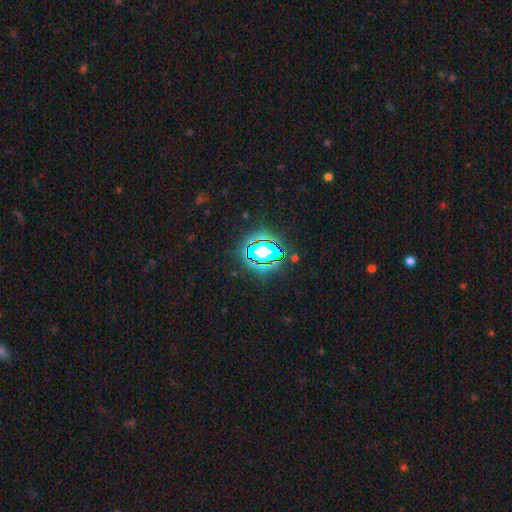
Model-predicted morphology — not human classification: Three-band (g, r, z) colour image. It shows a star or artifact, not a galaxy (79%).